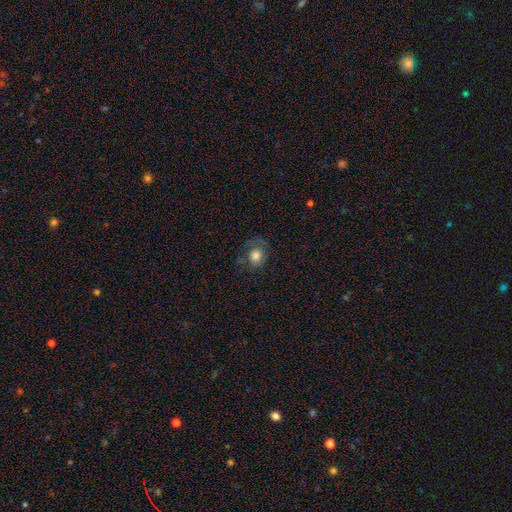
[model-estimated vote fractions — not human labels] Smooth or featured: smooth — 71% (featured or disk — 17%)
How rounded: round — 74% (in between — 26%)
Merging: none — 57% (minor disturbance — 22%)